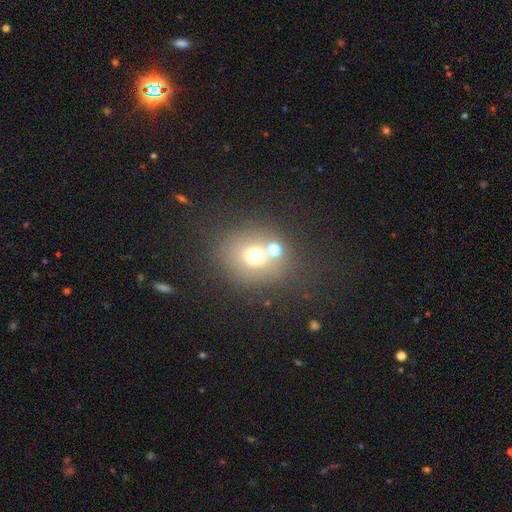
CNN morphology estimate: Smooth or featured?
  - smooth: 62% *
  - star or artifact: 23%
  - featured or disk: 15%
How rounded?
  - round: 78% *
  - in between: 21%
  - cigar-shaped: 1%
Merging?
  - none: 60% *
  - merger: 24%
  - minor disturbance: 10%
  - major disturbance: 6%